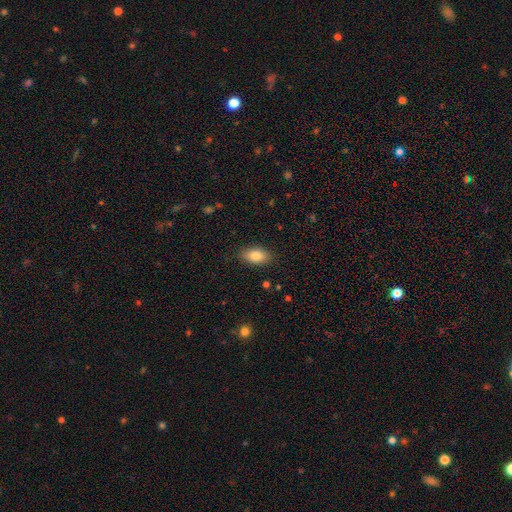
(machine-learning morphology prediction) Smooth or featured? smooth (81%)
How rounded? in between (90%)
Merging? none (86%)